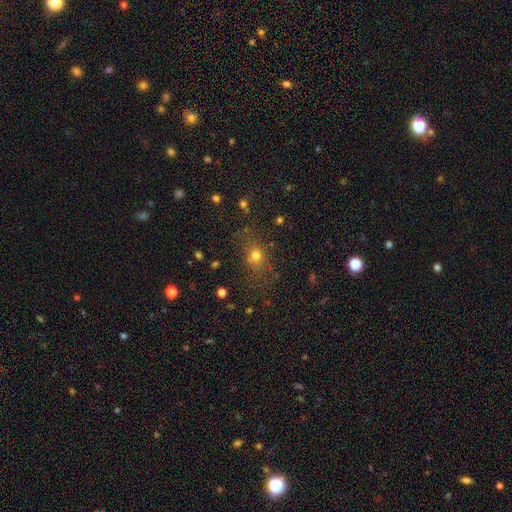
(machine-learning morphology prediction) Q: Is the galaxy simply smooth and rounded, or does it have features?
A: smooth — 70%.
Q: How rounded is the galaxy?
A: round — 60%.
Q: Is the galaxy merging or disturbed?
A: none — 74%.